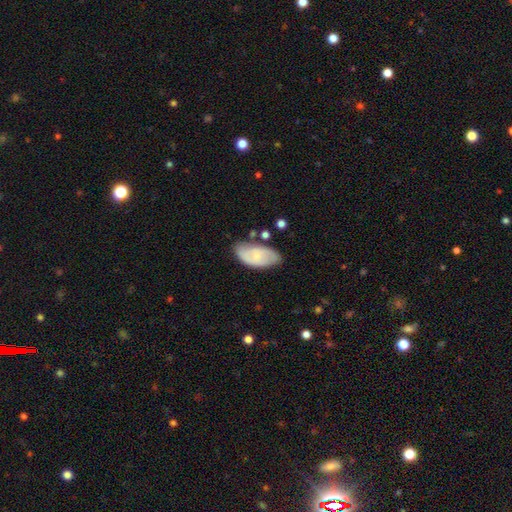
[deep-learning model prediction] smooth_or_featured: smooth (p=0.52) [alt: featured or disk p=0.41]
how_rounded: in between (p=0.93) [alt: cigar-shaped p=0.04]
merging: none (p=0.66) [alt: minor disturbance p=0.24]